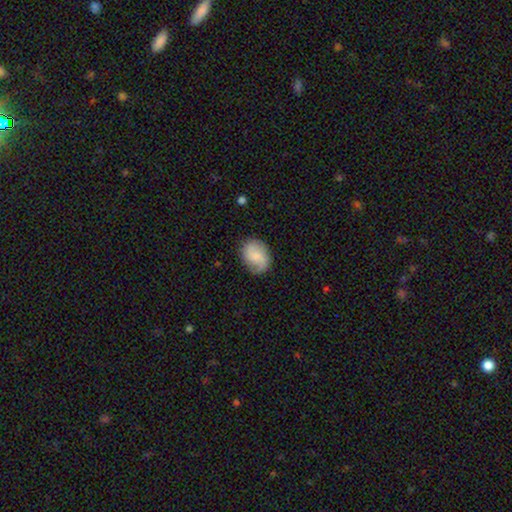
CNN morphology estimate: Smooth or featured: smooth — 56% (featured or disk — 37%)
How rounded: in between — 52% (round — 47%)
Merging: none — 77% (minor disturbance — 17%)